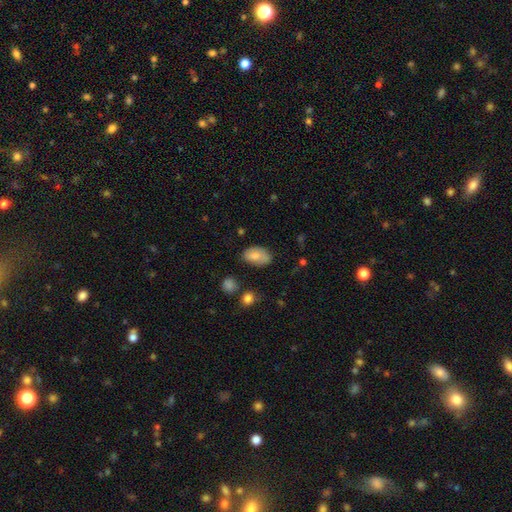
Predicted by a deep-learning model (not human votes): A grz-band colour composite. It shows a smooth galaxy with no disk features (76%) that is in between round and cigar-shaped (91%). Merging: none (64%).